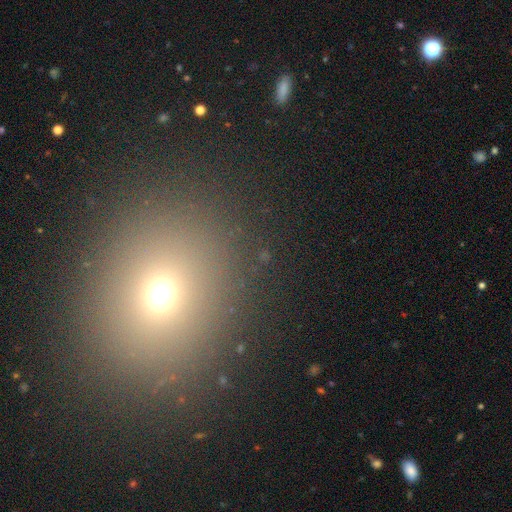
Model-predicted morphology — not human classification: Smooth or featured: smooth — 63% (star or artifact — 28%)
How rounded: round — 69% (in between — 29%)
Merging: none — 89% (minor disturbance — 6%)